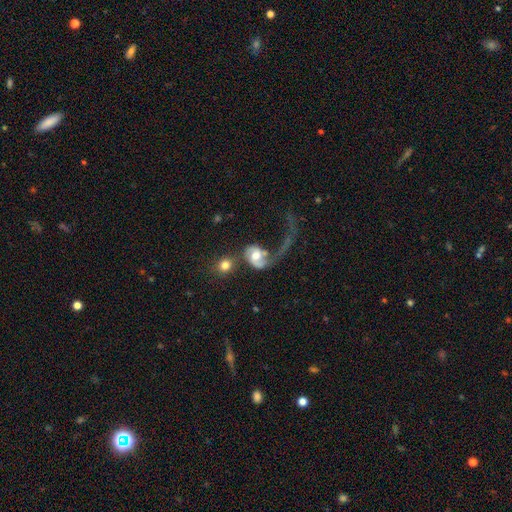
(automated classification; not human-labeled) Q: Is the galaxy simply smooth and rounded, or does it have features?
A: featured or disk — 67%.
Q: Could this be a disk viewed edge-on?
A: no — 97%.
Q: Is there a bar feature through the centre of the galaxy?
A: no — 61%.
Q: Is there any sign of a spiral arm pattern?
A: yes — 85%.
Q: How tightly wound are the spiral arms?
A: loose — 71%.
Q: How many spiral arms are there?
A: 1 — 50%.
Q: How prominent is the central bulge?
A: moderate — 62%.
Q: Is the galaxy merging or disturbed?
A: major disturbance — 40%.